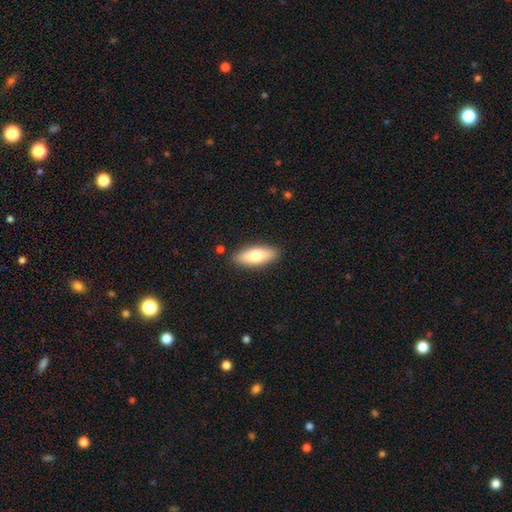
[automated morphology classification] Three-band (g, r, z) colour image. It shows a smooth galaxy with no disk features (71%) that is in between round and cigar-shaped (70%). Merging: none (87%).